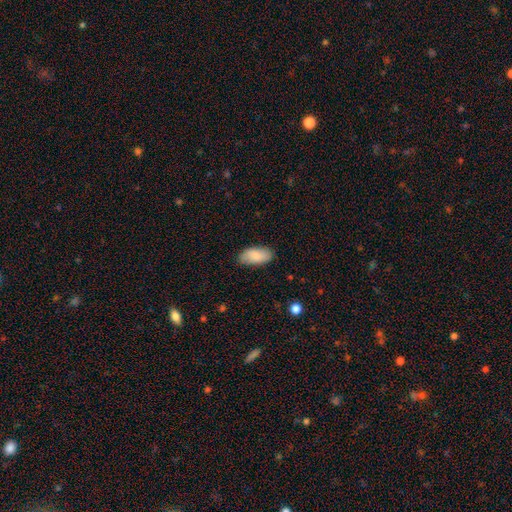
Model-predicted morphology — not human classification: smooth-or-featured: smooth: 85% | featured or disk: 9% | star or artifact: 6%
  how-rounded: in between: 93% | cigar-shaped: 5% | round: 2%
  merging: none: 81% | minor disturbance: 15% | major disturbance: 3% | merger: 1%